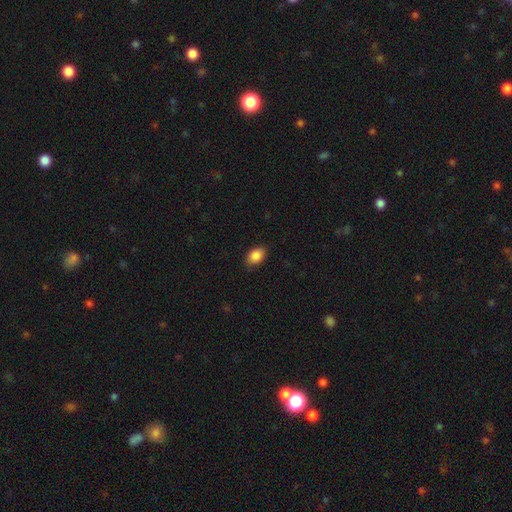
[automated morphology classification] The model was most divided on "how rounded": in between: 82%, round: 16%, cigar-shaped: 1%. More confident: smooth or featured — smooth (88%); merging — none (85%).